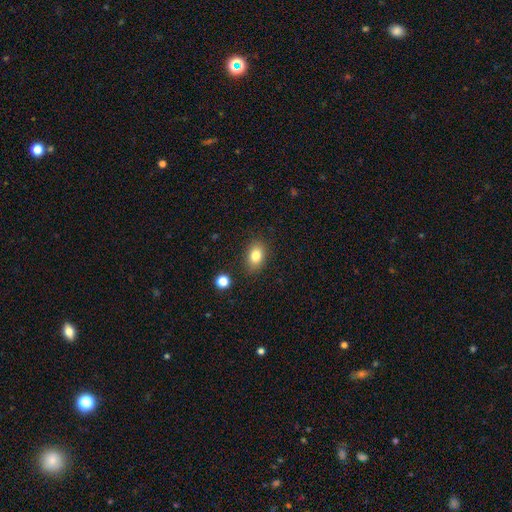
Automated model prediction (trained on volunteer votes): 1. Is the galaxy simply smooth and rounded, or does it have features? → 82% smooth, 10% star or artifact, 9% featured or disk.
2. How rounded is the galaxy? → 76% in between, 22% round, 2% cigar-shaped.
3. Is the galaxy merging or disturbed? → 83% none, 12% minor disturbance, 3% major disturbance, 2% merger.